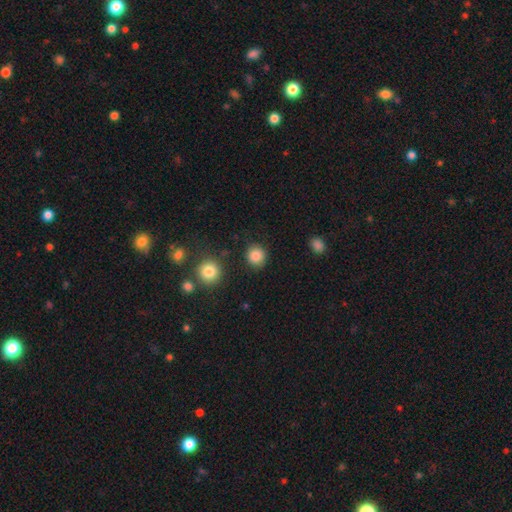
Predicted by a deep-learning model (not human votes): This is clearly a smooth galaxy (86%). How rounded: clearly round (90%). Merging: clearly none (88%).